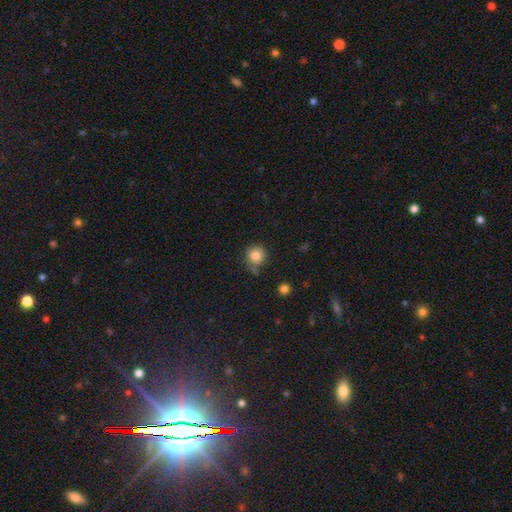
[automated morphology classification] type=smooth (83%); roundness=round (92%); merging=none (70%).